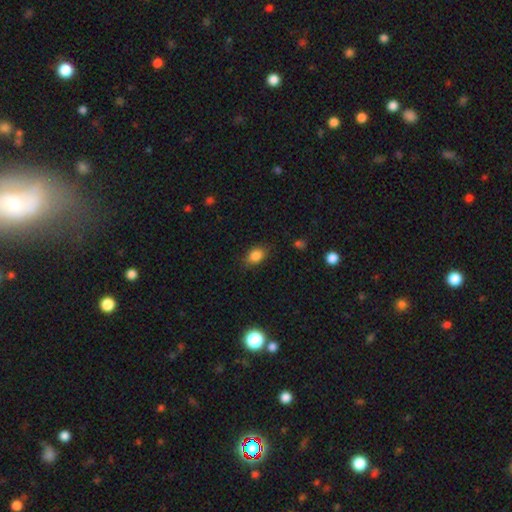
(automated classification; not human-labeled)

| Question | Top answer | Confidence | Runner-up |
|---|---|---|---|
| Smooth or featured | smooth | 85% | star or artifact (10%) |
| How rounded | in between | 74% | round (24%) |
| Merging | none | 81% | minor disturbance (14%) |